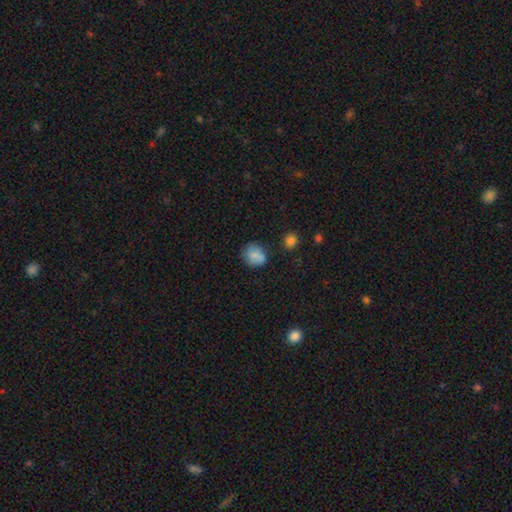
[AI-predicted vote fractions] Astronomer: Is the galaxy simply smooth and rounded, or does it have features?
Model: smooth — 79%.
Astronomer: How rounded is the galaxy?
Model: round — 57% (runner-up: in between, 42%).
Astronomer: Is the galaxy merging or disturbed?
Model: none — 64%.